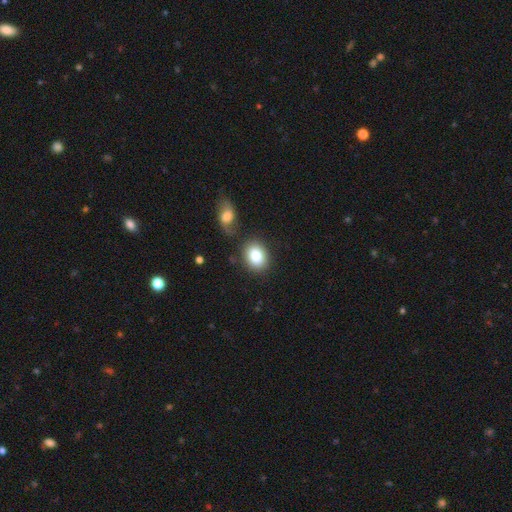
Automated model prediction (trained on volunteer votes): Smooth or featured: smooth — 83% (featured or disk — 9%)
How rounded: in between — 51% (round — 48%)
Merging: none — 78% (minor disturbance — 11%)